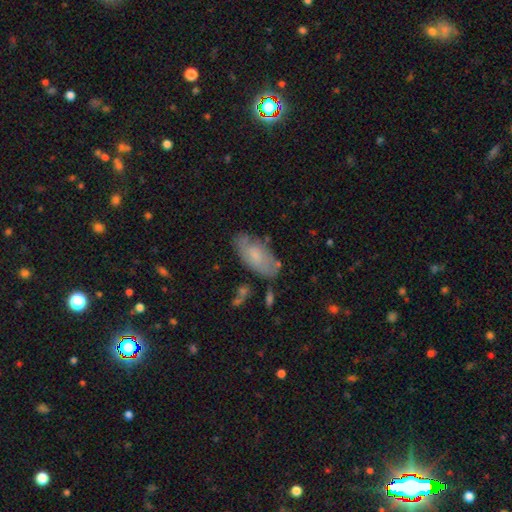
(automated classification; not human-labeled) This appears to be a smooth galaxy with no disk features (67%) that is in between round and cigar-shaped (91%). Merging: none (68%).